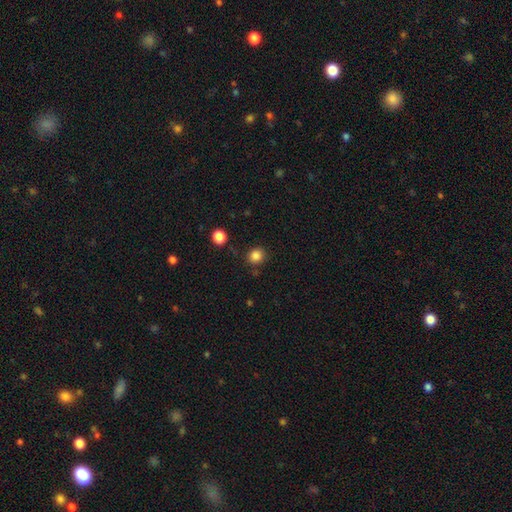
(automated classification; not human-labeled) Smooth or featured? smooth (85%)
How rounded? round (85%)
Merging? none (85%)